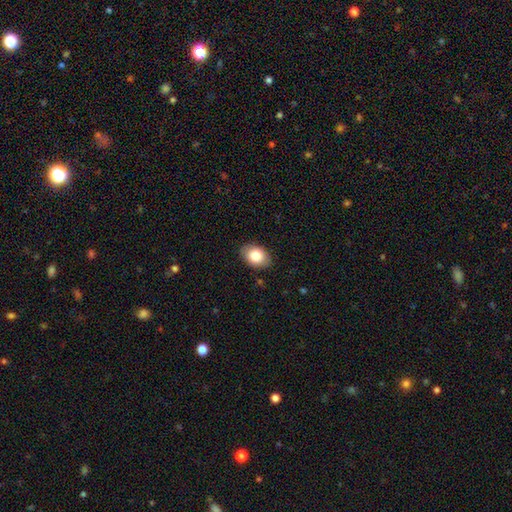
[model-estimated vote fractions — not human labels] Smooth or featured?
  - smooth: 83% *
  - featured or disk: 9%
  - star or artifact: 7%
How rounded?
  - in between: 81% *
  - round: 18%
  - cigar-shaped: 1%
Merging?
  - none: 87% *
  - minor disturbance: 10%
  - major disturbance: 2%
  - merger: 1%